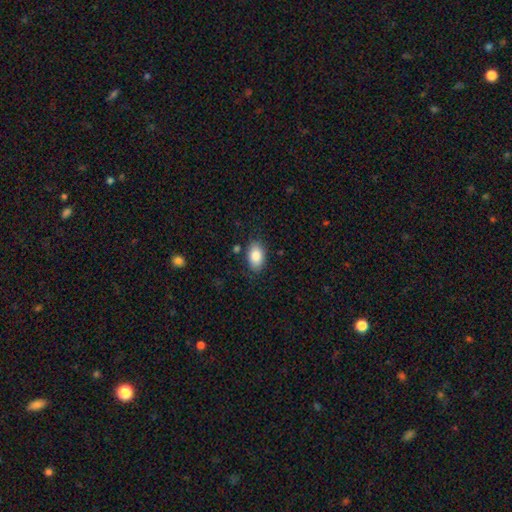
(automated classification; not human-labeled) Smooth or featured?
  - smooth: 85% *
  - featured or disk: 8%
  - star or artifact: 7%
How rounded?
  - in between: 92% *
  - round: 7%
  - cigar-shaped: 2%
Merging?
  - none: 82% *
  - minor disturbance: 12%
  - major disturbance: 3%
  - merger: 2%